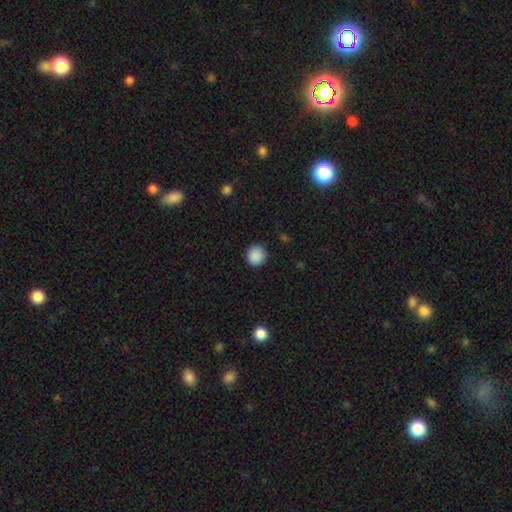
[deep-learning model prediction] smooth-or-featured: smooth: 89% | star or artifact: 9% | featured or disk: 2%
  how-rounded: round: 93% | in between: 6% | cigar-shaped: 1%
  merging: none: 91% | minor disturbance: 6% | major disturbance: 2% | merger: 1%